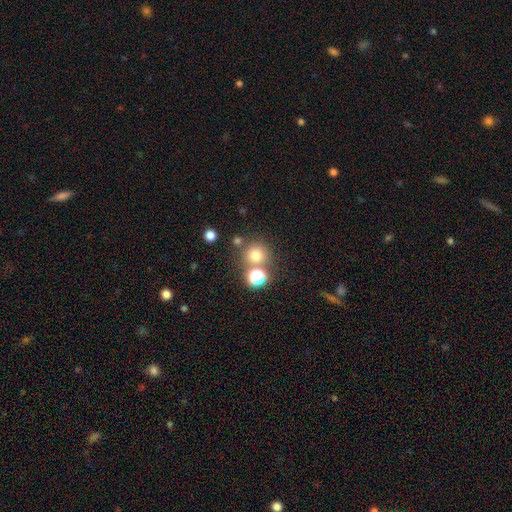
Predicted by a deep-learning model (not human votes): The model was most divided on "merging": none: 69%, merger: 19%, minor disturbance: 8%, major disturbance: 4%. More confident: how rounded — round (92%); smooth or featured — smooth (73%).